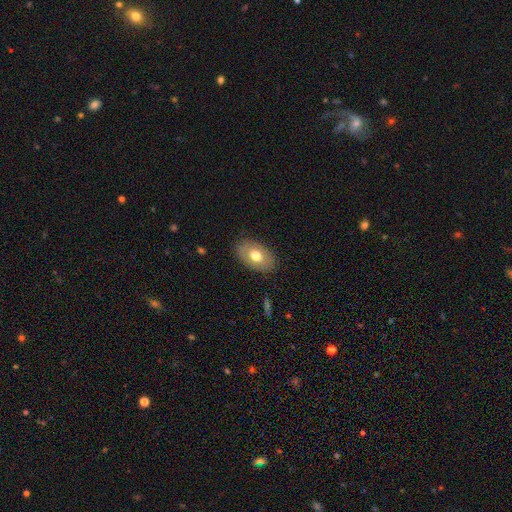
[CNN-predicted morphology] A smooth galaxy with no disk features (65%) that is in between round and cigar-shaped (88%).

Vote fractions:
- Smooth or featured? smooth: 65% / featured or disk: 28% / star or artifact: 7%
- How rounded? in between: 88% / round: 11% / cigar-shaped: 1%
- Merging? none: 85% / minor disturbance: 11% / major disturbance: 3% / merger: 1%